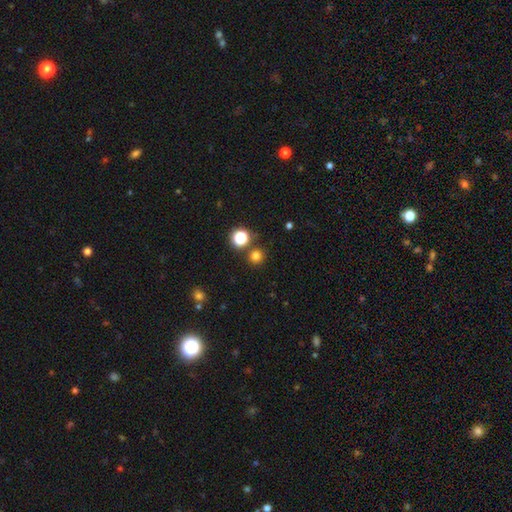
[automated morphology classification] smooth 77%, star or artifact 18%, featured or disk 5%. Down the decision tree: how rounded — round (94%); merging — none (83%).